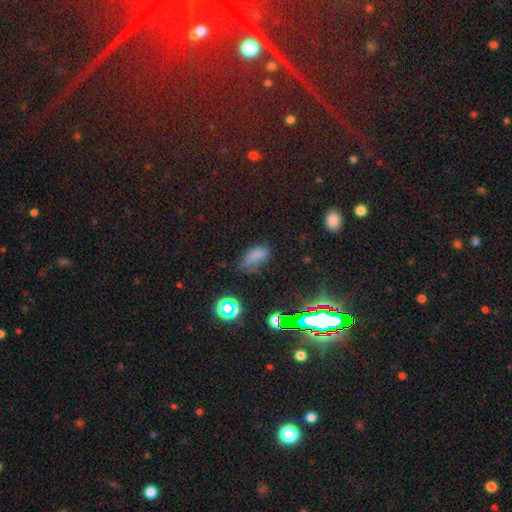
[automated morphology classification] A smooth galaxy with no disk features (65%) that is in between round and cigar-shaped (87%).

Vote fractions:
- Smooth or featured? smooth: 65% / star or artifact: 24% / featured or disk: 11%
- How rounded? in between: 87% / round: 7% / cigar-shaped: 6%
- Merging? none: 44% / minor disturbance: 33% / major disturbance: 19% / merger: 4%